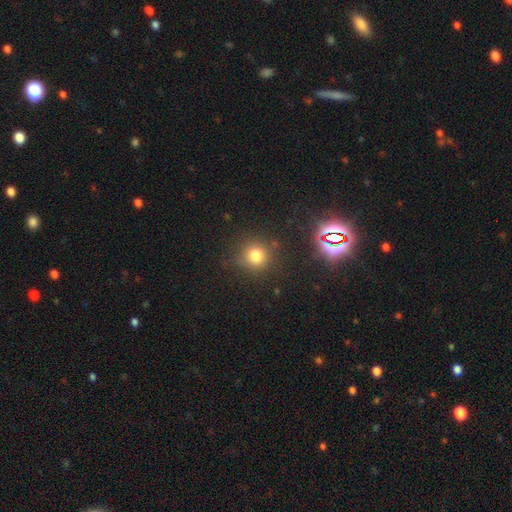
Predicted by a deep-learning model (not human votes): Overall: smooth (77%). How rounded: round (90%). Merging: none (80%).